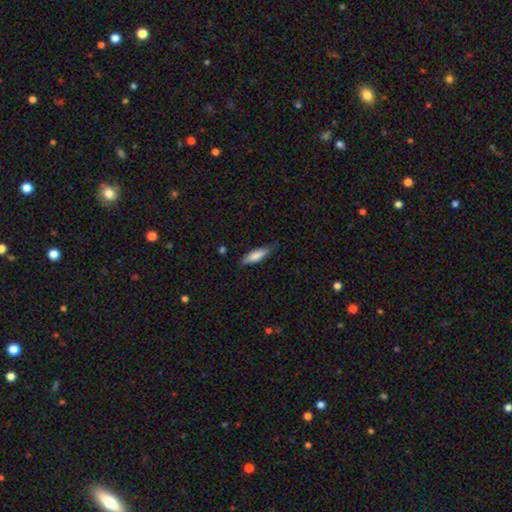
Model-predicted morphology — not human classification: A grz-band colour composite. It shows a smooth galaxy with no disk features (77%) that is cigar-shaped (59%). Merging: none (75%).